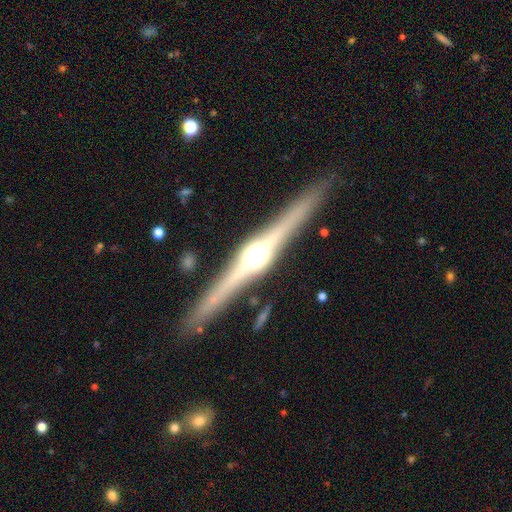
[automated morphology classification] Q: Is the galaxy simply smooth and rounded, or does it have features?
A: featured or disk — 87%.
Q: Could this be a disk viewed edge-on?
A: yes — 99%.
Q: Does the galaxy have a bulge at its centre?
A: rounded — 86%.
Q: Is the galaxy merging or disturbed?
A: none — 91%.